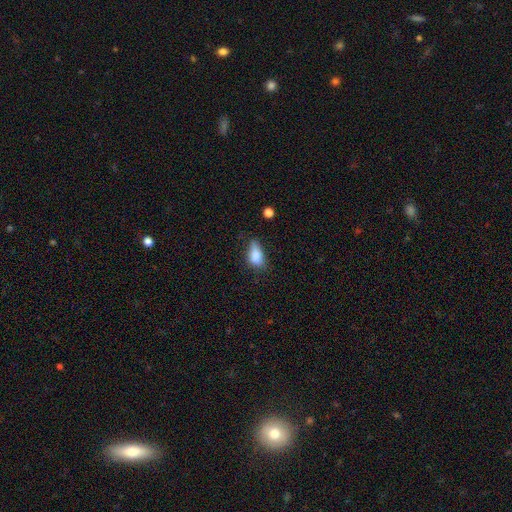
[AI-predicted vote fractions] smooth 83%, star or artifact 9%, featured or disk 8%. Down the decision tree: how rounded — in between (87%); merging — none (45%).